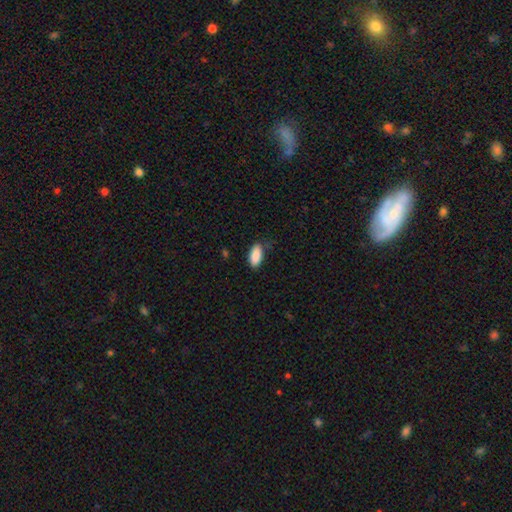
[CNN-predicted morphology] smooth-or-featured: smooth: 90% | star or artifact: 7% | featured or disk: 4%
  how-rounded: in between: 90% | cigar-shaped: 8% | round: 2%
  merging: none: 75% | minor disturbance: 20% | major disturbance: 4% | merger: 1%